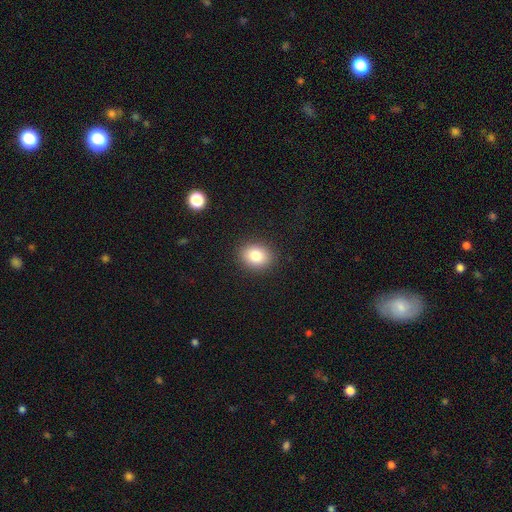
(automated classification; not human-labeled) Smooth or featured?
  - smooth: 81% *
  - star or artifact: 10%
  - featured or disk: 8%
How rounded?
  - round: 56% *
  - in between: 44%
  - cigar-shaped: 1%
Merging?
  - none: 89% *
  - minor disturbance: 7%
  - major disturbance: 2%
  - merger: 1%